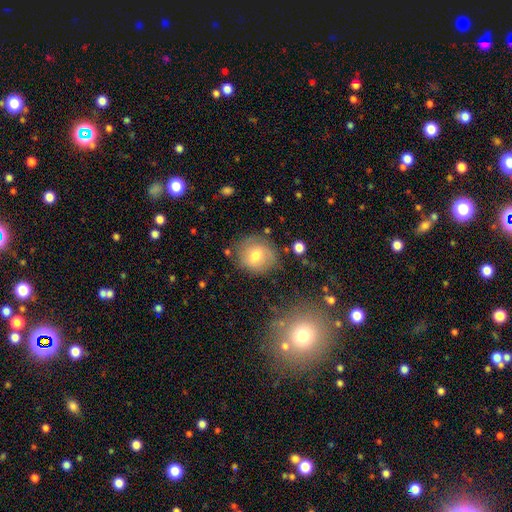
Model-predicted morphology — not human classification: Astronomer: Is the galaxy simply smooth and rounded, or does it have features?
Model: smooth — 63%.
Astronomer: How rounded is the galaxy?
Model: round — 82%.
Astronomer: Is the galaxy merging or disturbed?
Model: none — 74%.